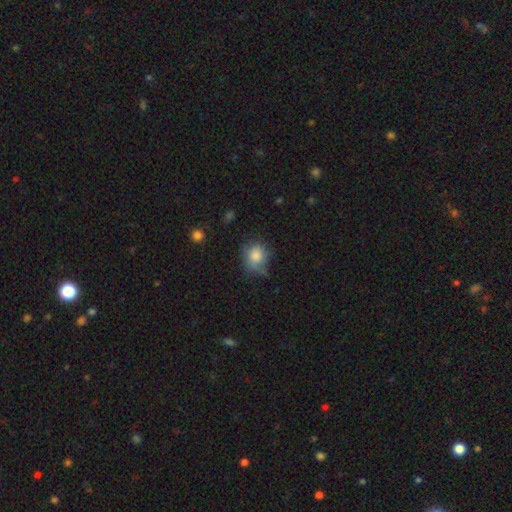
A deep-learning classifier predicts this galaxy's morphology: This appears to be a smooth galaxy with no disk features (82%) that is round (67%). Merging: none (59%).